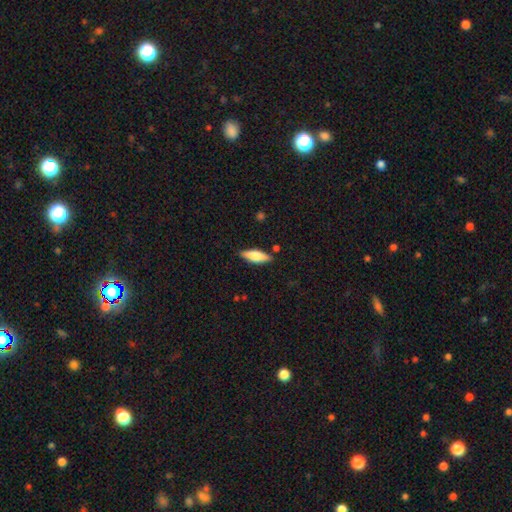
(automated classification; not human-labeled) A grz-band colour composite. It shows a smooth galaxy with no disk features (67%) that is in between round and cigar-shaped (57%). Merging: none (84%).